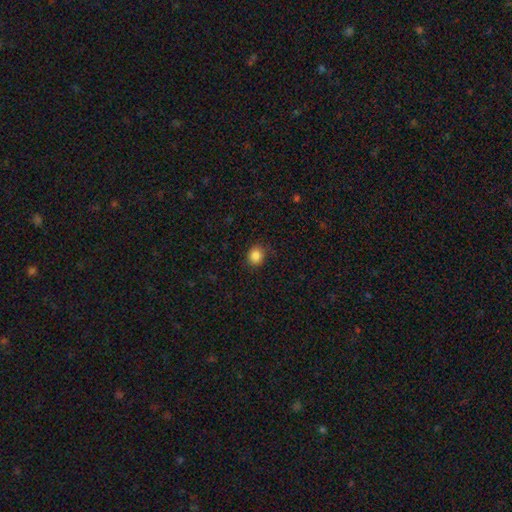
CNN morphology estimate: Smooth or featured: smooth — 86% (star or artifact — 10%)
How rounded: round — 73% (in between — 26%)
Merging: none — 85% (minor disturbance — 11%)